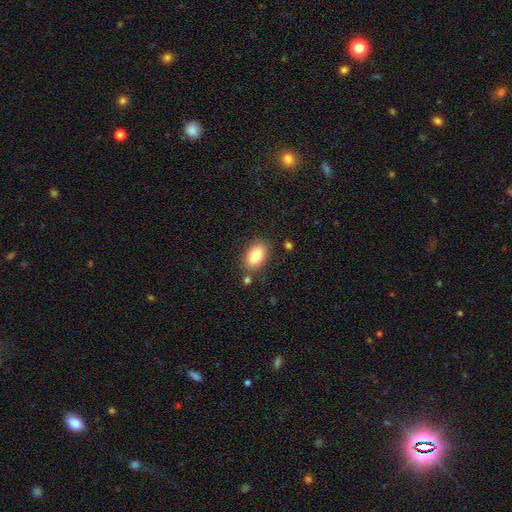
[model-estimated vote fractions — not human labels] Smooth or featured? smooth (85%)
How rounded? in between (91%)
Merging? none (79%)